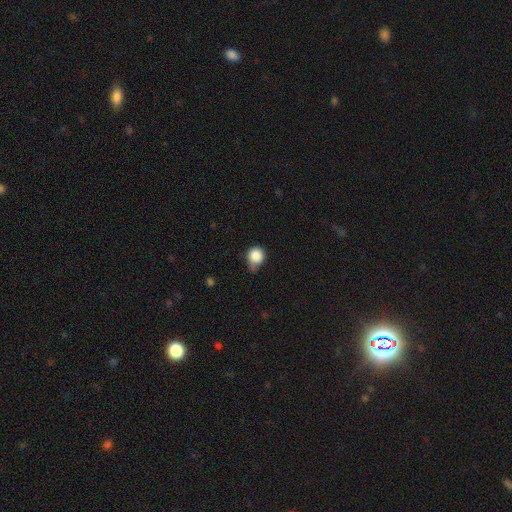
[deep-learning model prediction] smooth_or_featured: smooth (p=0.85) [alt: star or artifact p=0.09]
how_rounded: round (p=0.81) [alt: in between p=0.18]
merging: minor disturbance (p=0.46) [alt: none p=0.39]